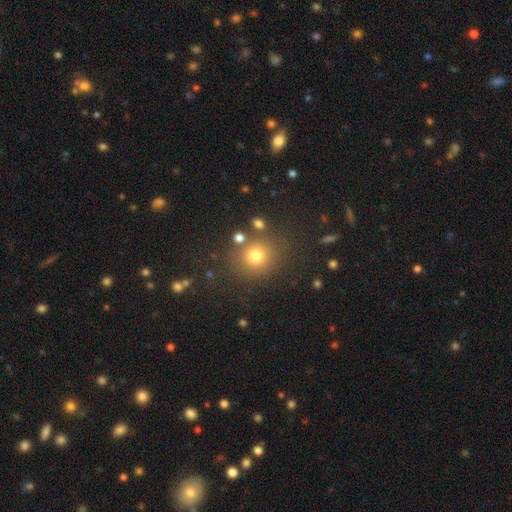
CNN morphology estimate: smooth 74%, star or artifact 18%, featured or disk 8%. Down the decision tree: how rounded — round (86%); merging — none (79%).